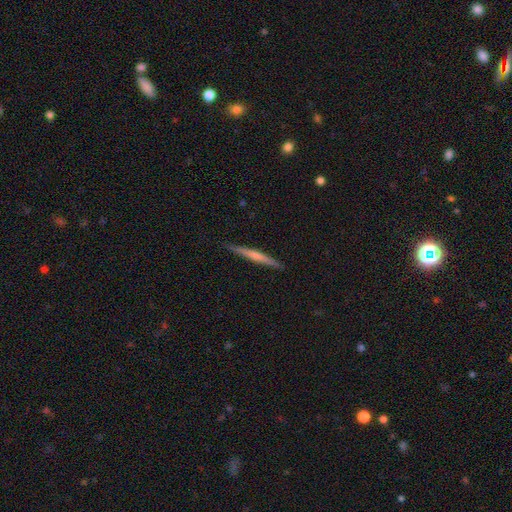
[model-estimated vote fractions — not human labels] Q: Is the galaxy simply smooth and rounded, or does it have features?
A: featured or disk — 50%.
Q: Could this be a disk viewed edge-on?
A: yes — 97%.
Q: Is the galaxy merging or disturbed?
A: none — 90%.